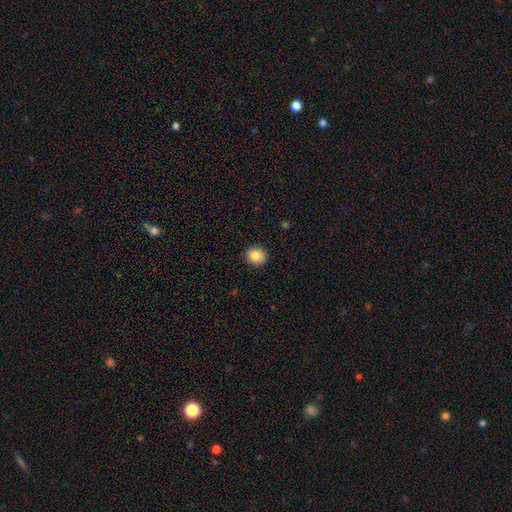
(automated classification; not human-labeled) This is clearly a smooth galaxy (87%). How rounded: likely round (78%). Merging: clearly none (90%).